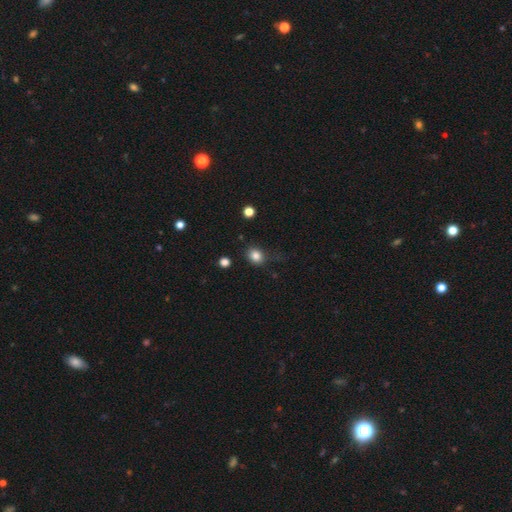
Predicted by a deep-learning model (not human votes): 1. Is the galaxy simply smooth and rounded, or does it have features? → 83% smooth, 11% star or artifact, 5% featured or disk.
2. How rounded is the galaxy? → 65% round, 34% in between, 1% cigar-shaped.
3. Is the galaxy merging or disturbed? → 73% none, 18% minor disturbance, 6% major disturbance, 3% merger.